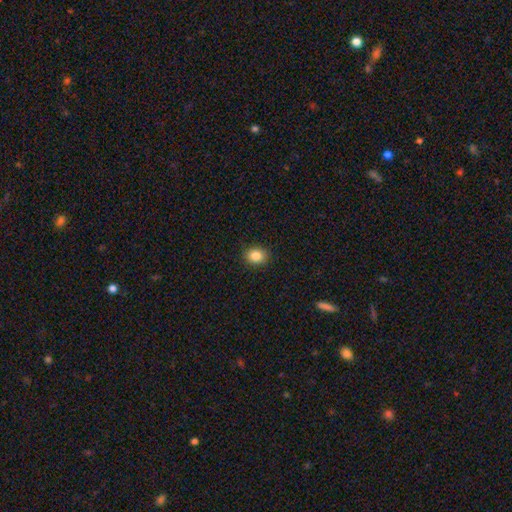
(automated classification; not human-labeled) Q: Smooth or featured?
A: smooth (85%); runner-up: star or artifact (10%)
Q: How rounded?
A: in between (50%); runner-up: round (49%)
Q: Merging?
A: none (89%); runner-up: minor disturbance (8%)